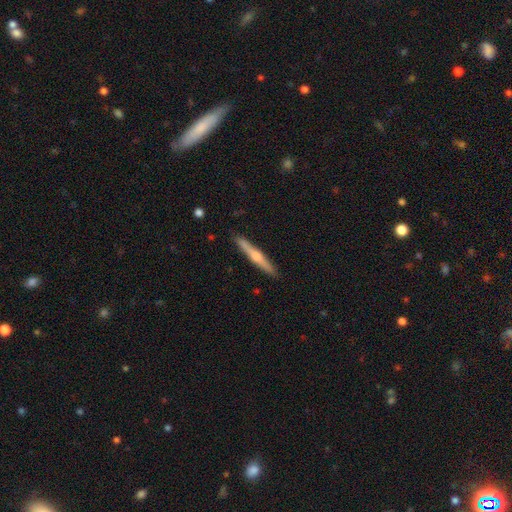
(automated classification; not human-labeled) Smooth or featured: featured or disk — 56% (smooth — 39%)
Edge-on disk: yes — 97% (no — 3%)
Edge-on bulge: rounded — 80% (none — 13%)
Merging: none — 90% (minor disturbance — 7%)